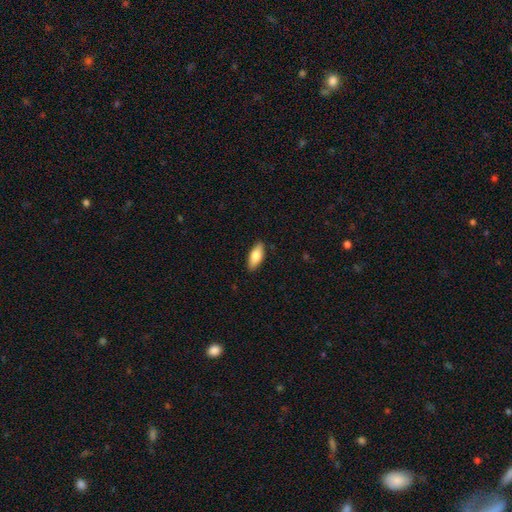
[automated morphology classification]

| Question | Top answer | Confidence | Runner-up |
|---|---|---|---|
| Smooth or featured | smooth | 80% | featured or disk (14%) |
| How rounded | in between | 83% | cigar-shaped (15%) |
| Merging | none | 88% | minor disturbance (9%) |